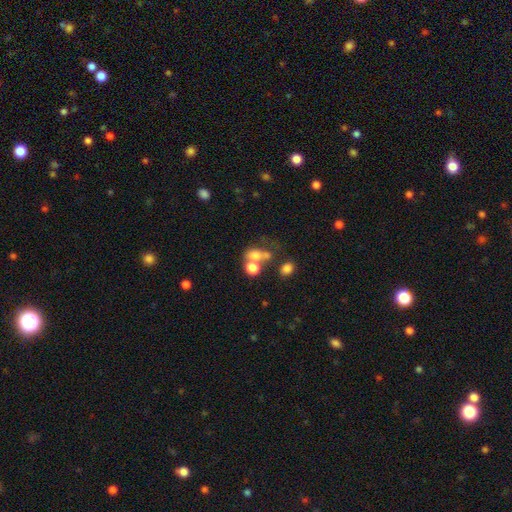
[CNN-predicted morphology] Smooth or featured?
  - smooth: 67% *
  - featured or disk: 18%
  - star or artifact: 15%
How rounded?
  - in between: 54% *
  - round: 43%
  - cigar-shaped: 2%
Merging?
  - merger: 48% *
  - none: 28%
  - major disturbance: 12%
  - minor disturbance: 11%